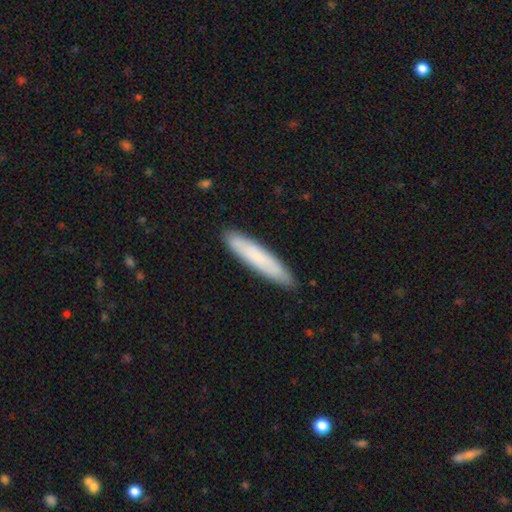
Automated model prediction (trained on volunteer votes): Smooth or featured?
  - smooth: 77% *
  - featured or disk: 17%
  - star or artifact: 6%
How rounded?
  - cigar-shaped: 88% *
  - in between: 11%
  - round: 1%
Merging?
  - none: 88% *
  - minor disturbance: 9%
  - major disturbance: 2%
  - merger: 1%